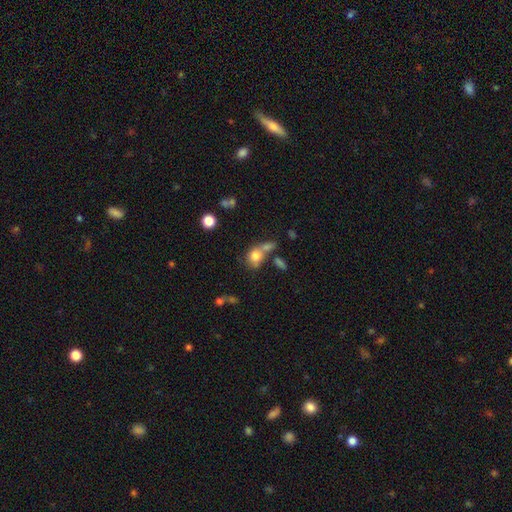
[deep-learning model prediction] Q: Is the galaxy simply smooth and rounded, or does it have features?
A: smooth — 76%.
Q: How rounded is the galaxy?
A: round — 59%.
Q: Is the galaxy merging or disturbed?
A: merger — 40%.